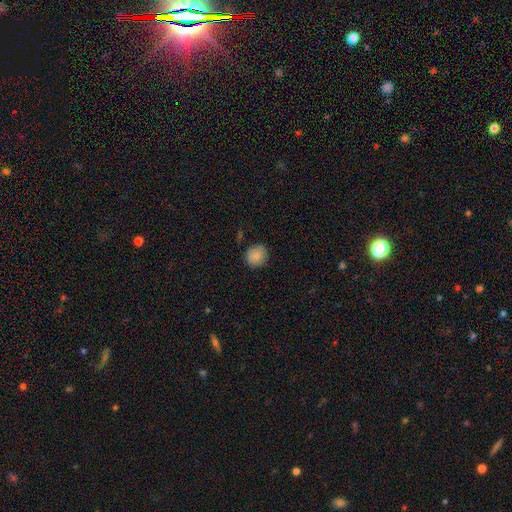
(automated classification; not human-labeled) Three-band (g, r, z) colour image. It shows a smooth galaxy with no disk features (86%) that is round (86%). Merging: none (86%).